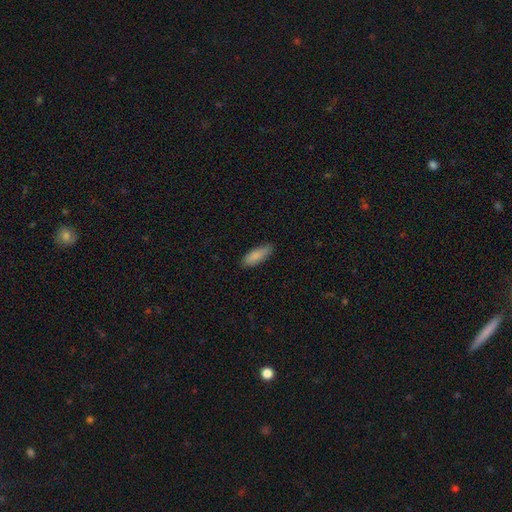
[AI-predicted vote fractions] Overall: smooth (87%). How rounded: in between (65%; cigar-shaped 33%). Merging: none (85%).